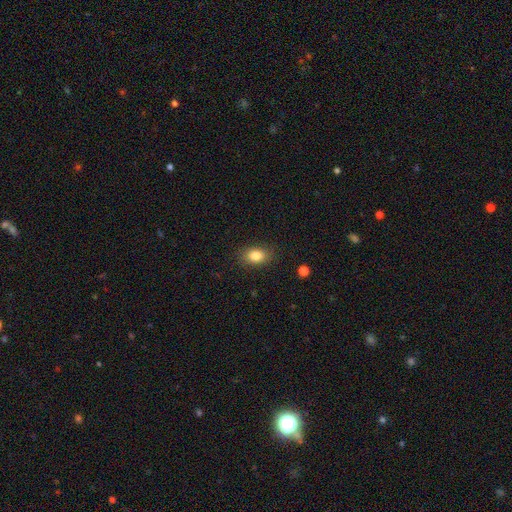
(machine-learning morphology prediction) The model was most divided on "how rounded": in between: 79%, round: 20%, cigar-shaped: 1%. More confident: merging — none (86%); smooth or featured — smooth (84%).